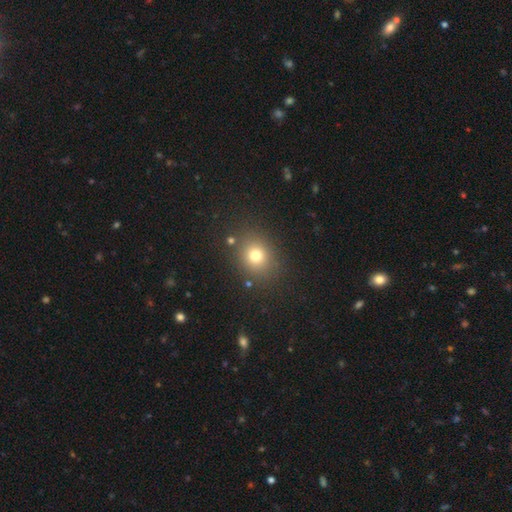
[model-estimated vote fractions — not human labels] Smooth or featured: smooth — 75% (star or artifact — 16%)
How rounded: round — 70% (in between — 29%)
Merging: none — 83% (minor disturbance — 10%)